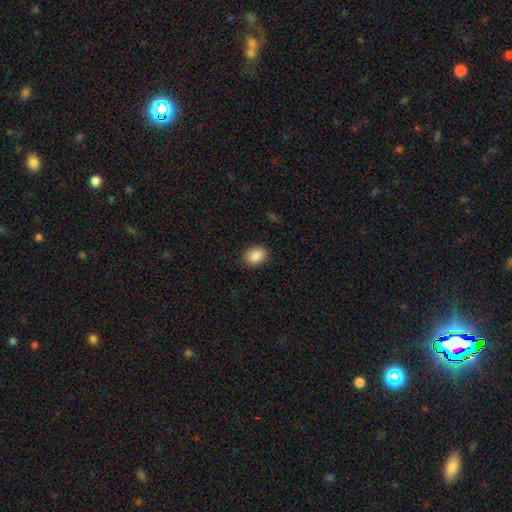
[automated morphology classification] The model was most divided on "how rounded": in between: 70%, round: 29%, cigar-shaped: 1%. More confident: smooth or featured — smooth (89%); merging — none (88%).